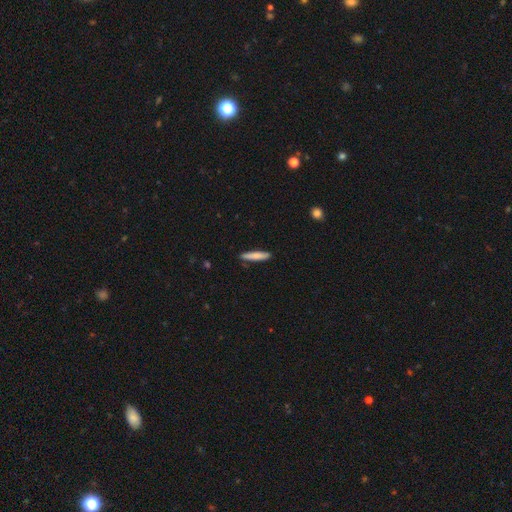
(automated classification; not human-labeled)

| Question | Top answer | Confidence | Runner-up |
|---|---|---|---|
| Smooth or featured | smooth | 78% | featured or disk (16%) |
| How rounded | cigar-shaped | 90% | in between (9%) |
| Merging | none | 88% | minor disturbance (9%) |